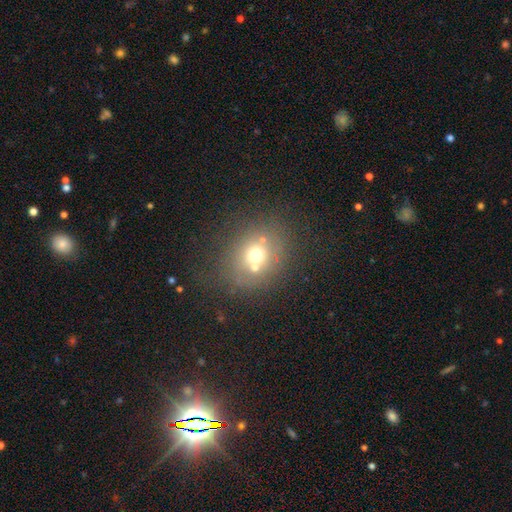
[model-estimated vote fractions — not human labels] Smooth or featured: smooth — 62% (featured or disk — 20%)
How rounded: round — 71% (in between — 29%)
Merging: none — 60% (merger — 21%)